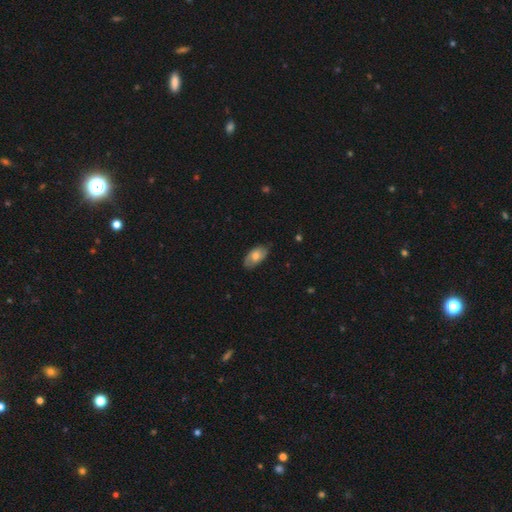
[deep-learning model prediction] The model was most divided on "smooth or featured": smooth: 59%, featured or disk: 35%, star or artifact: 7%. More confident: how rounded — in between (93%); merging — none (78%).